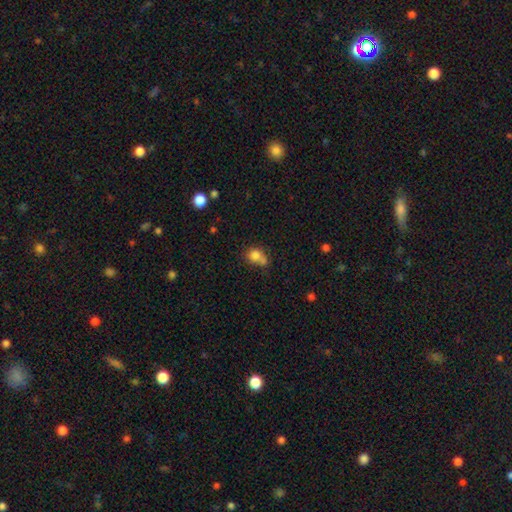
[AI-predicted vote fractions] This appears to be a smooth galaxy with no disk features (79%) that is round (62%). Merging: none (38%).